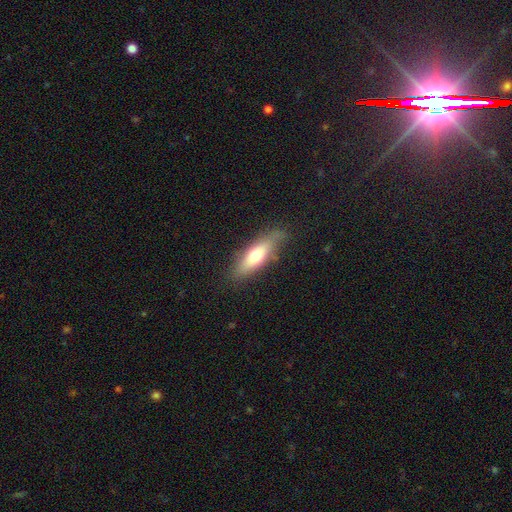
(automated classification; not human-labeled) This is likely a smooth galaxy (60%). How rounded: possibly cigar-shaped (52%). Merging: likely none (73%).